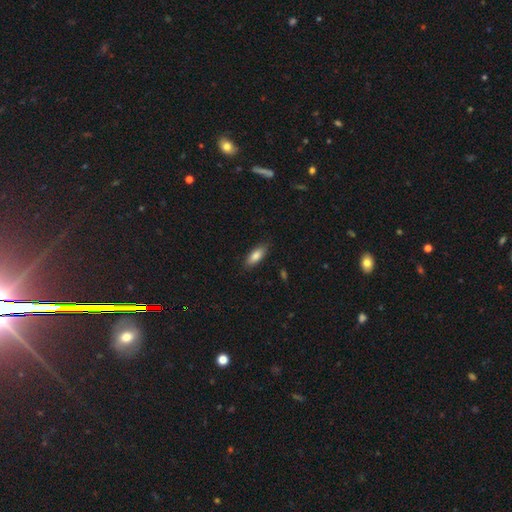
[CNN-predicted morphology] Smooth or featured: smooth — 84% (featured or disk — 10%)
How rounded: in between — 79% (cigar-shaped — 19%)
Merging: none — 86% (minor disturbance — 11%)